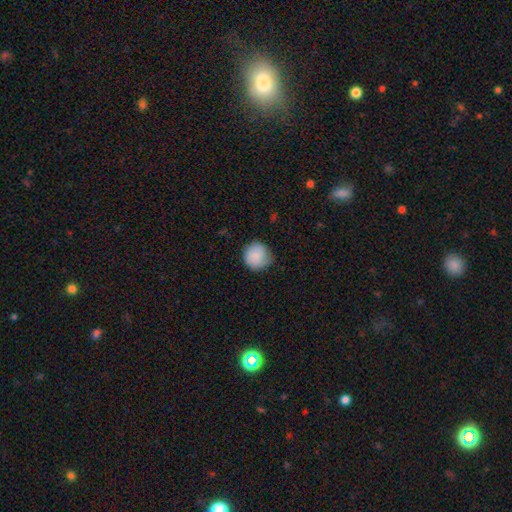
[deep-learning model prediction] Smooth or featured? smooth (85%)
How rounded? round (92%)
Merging? none (69%)